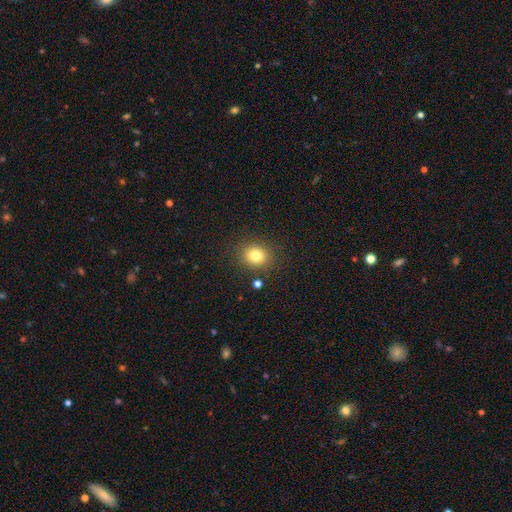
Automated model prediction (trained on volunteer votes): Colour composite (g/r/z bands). It shows a smooth galaxy with no disk features (80%) that is round (71%). Merging: none (86%).